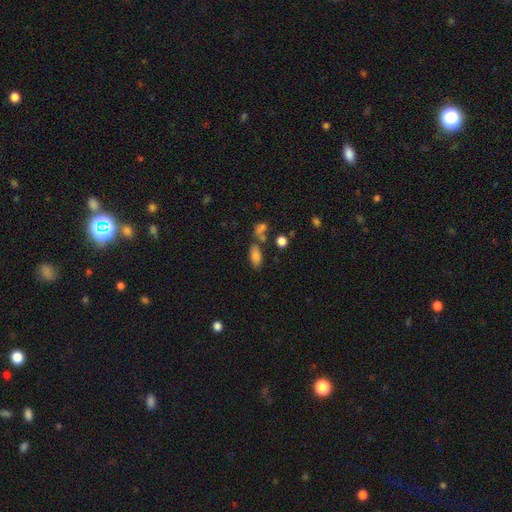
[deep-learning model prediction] A smooth galaxy with no disk features (80%) that is in between round and cigar-shaped (87%). Merging: none (59%).